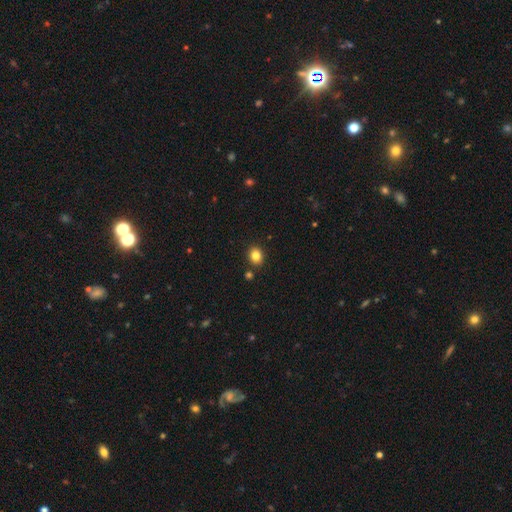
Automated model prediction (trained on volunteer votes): Smooth or featured: smooth — 84% (star or artifact — 11%)
How rounded: round — 64% (in between — 35%)
Merging: none — 88% (minor disturbance — 7%)